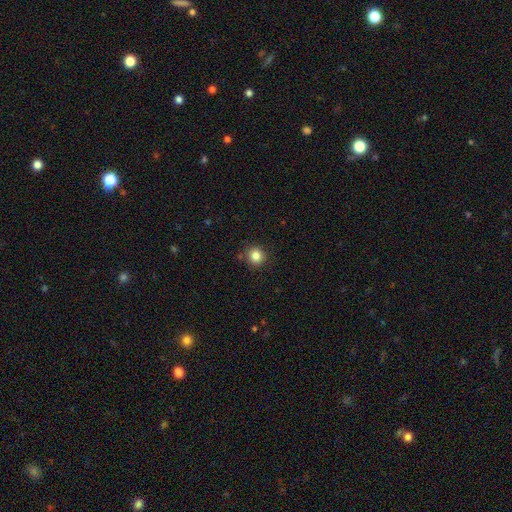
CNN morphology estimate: A smooth galaxy with no disk features (84%) that is round (93%). Merging: none (87%).